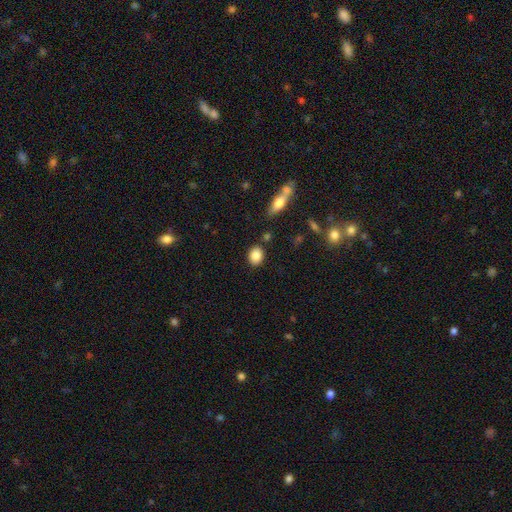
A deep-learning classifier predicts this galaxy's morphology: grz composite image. It shows a smooth galaxy with no disk features (85%) that is round (51%). Merging: none (84%).